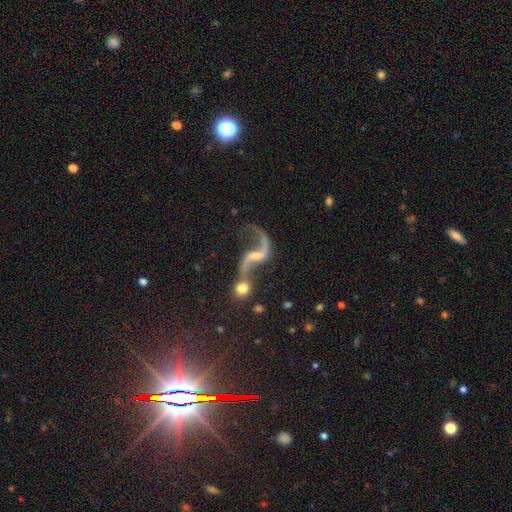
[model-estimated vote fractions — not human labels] The model was most divided on "bar": no: 44%, weak: 38%, strong: 19%. Remaining: edge-on disk — no (96%); spiral arms — yes (93%); spiral winding — loose (92%); spiral arm count — 2 (89%); smooth or featured — featured or disk (86%); bulge size — small (51%); merging — none (46%).